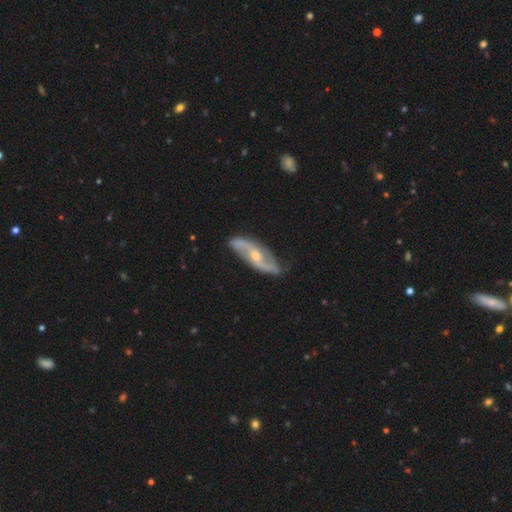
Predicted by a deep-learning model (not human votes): Smooth or featured?
  - featured or disk: 86% *
  - smooth: 10%
  - star or artifact: 5%
Edge-on disk?
  - no: 90% *
  - yes: 10%
Bar?
  - no: 50% *
  - weak: 33%
  - strong: 18%
Spiral arms?
  - yes: 95% *
  - no: 5%
Spiral winding?
  - loose: 62% *
  - medium: 28%
  - tight: 10%
Spiral arm count?
  - 2: 92% *
  - can't tell: 3%
  - 1: 1%
  - 3: 1%
  - 4: 1%
  - more than 4: 1%
Bulge size?
  - moderate: 50% *
  - small: 46%
  - large: 2%
  - none: 1%
  - dominant: 1%
Merging?
  - none: 77% *
  - minor disturbance: 17%
  - major disturbance: 4%
  - merger: 2%